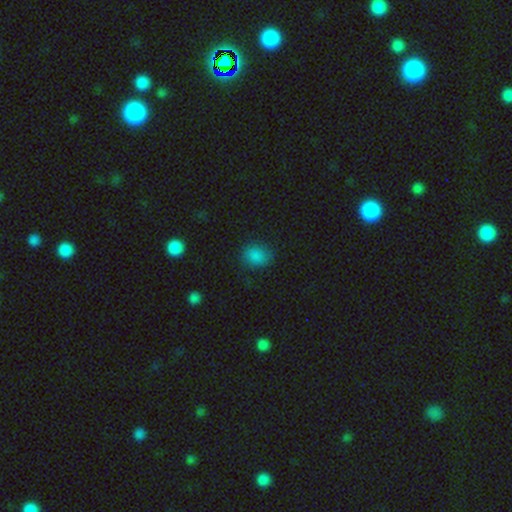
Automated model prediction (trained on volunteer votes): Smooth or featured: smooth — 83% (star or artifact — 12%)
How rounded: round — 54% (in between — 45%)
Merging: none — 78% (minor disturbance — 16%)